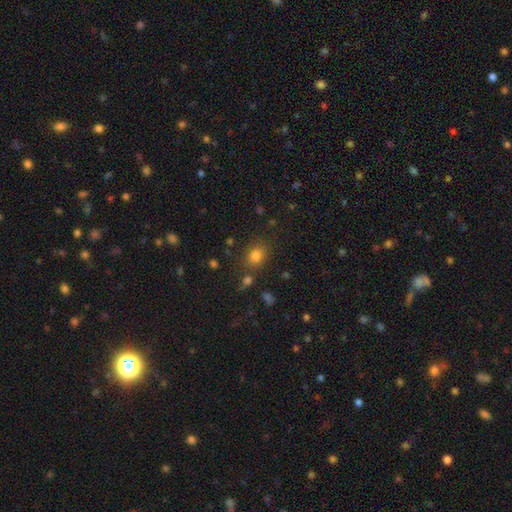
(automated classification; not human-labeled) Smooth or featured: smooth — 79% (star or artifact — 15%)
How rounded: in between — 51% (round — 48%)
Merging: none — 76% (minor disturbance — 12%)